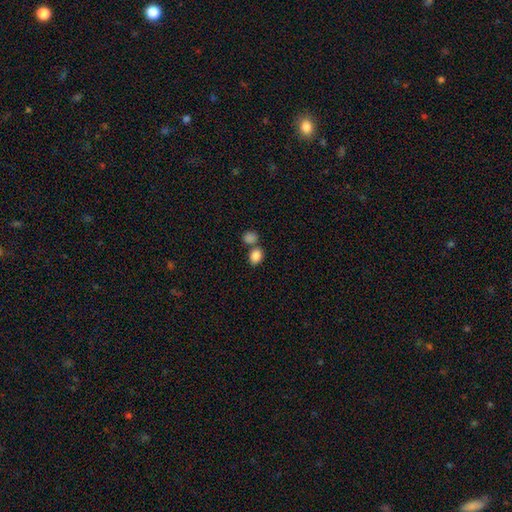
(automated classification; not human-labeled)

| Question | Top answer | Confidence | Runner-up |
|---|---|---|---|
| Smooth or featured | smooth | 86% | star or artifact (9%) |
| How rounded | in between | 55% | round (44%) |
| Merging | none | 54% | merger (33%) |